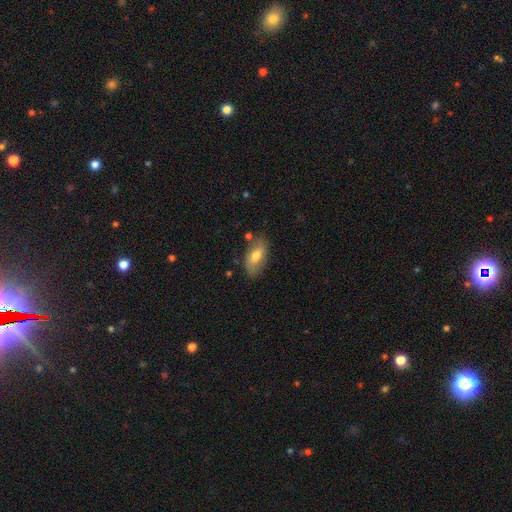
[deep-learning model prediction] Q: Smooth or featured?
A: smooth (66%); runner-up: featured or disk (27%)
Q: How rounded?
A: in between (90%); runner-up: cigar-shaped (6%)
Q: Merging?
A: none (73%); runner-up: minor disturbance (19%)